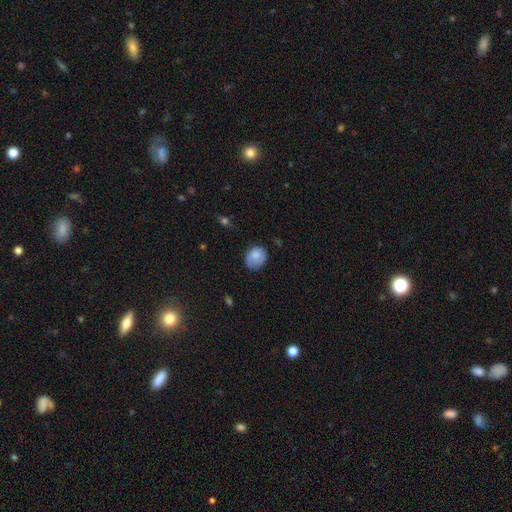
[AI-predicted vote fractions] This appears to be a smooth galaxy with no disk features (76%) that is round (54%). Merging: none (59%).